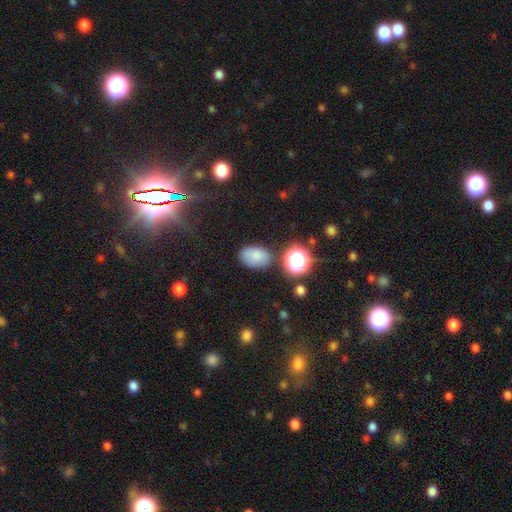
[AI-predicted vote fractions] This appears to be a smooth galaxy with no disk features (78%) that is in between round and cigar-shaped (82%). Merging: none (74%).